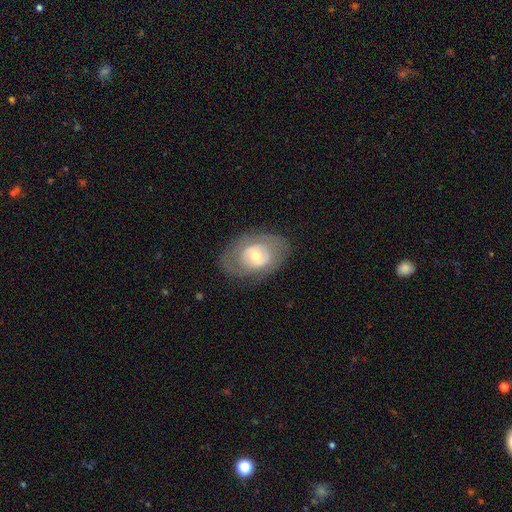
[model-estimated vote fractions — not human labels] This is likely a featured or disk galaxy (61%). It is clearly not viewed edge-on (93%). Bar: likely no (68%). Spiral arm pattern: likely no (65%). Central bulge: possibly moderate (60%). Merging: likely none (74%).